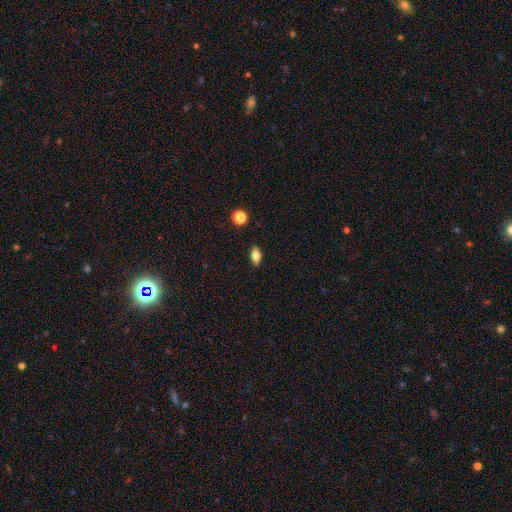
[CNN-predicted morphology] A smooth galaxy with no disk features (70%) that is in between round and cigar-shaped (83%).

Vote fractions:
- Smooth or featured? smooth: 70% / featured or disk: 21% / star or artifact: 9%
- How rounded? in between: 83% / cigar-shaped: 10% / round: 7%
- Merging? none: 88% / minor disturbance: 9% / major disturbance: 2% / merger: 1%